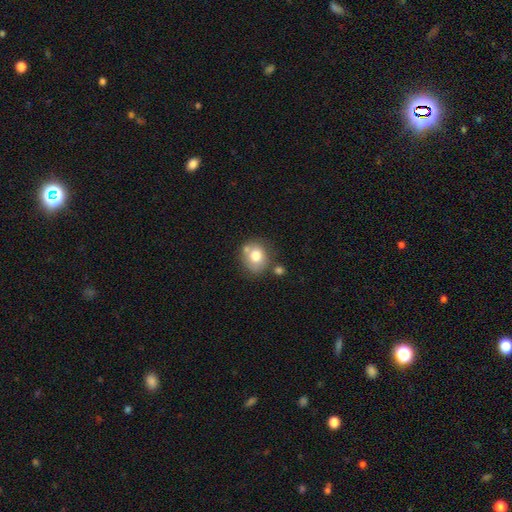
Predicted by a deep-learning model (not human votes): A smooth galaxy with no disk features (74%) that is round (71%). Merging: none (58%).